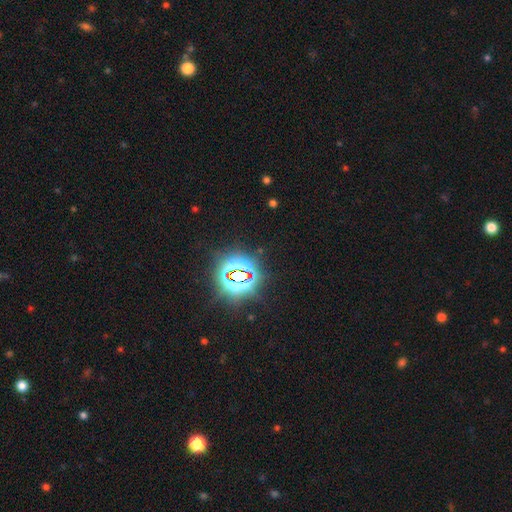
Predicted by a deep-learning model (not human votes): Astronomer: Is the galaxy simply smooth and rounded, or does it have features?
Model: star or artifact — 84%.